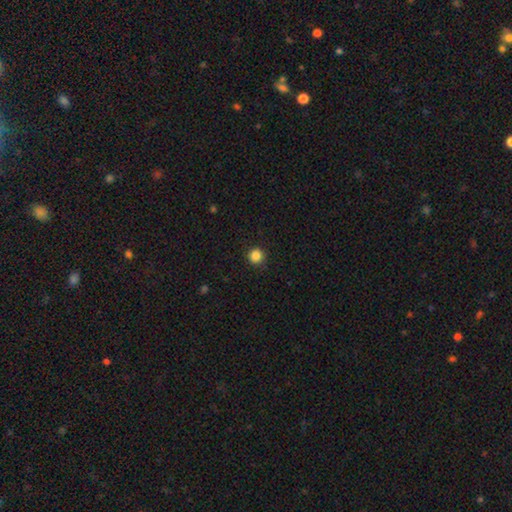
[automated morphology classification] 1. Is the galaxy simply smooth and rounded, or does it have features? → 86% smooth, 11% star or artifact, 3% featured or disk.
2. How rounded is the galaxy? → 95% round, 4% in between, 1% cigar-shaped.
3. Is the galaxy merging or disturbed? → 91% none, 6% minor disturbance, 2% major disturbance, 1% merger.